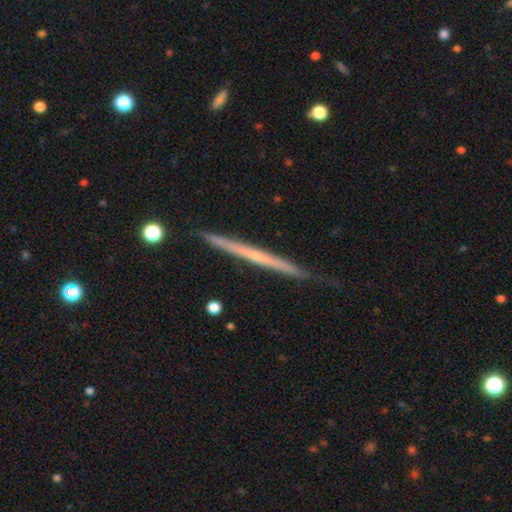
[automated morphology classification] This appears to be a featured or disk galaxy (64%) viewed edge-on (98%) with no central bulge (76%). Merging: none (84%).